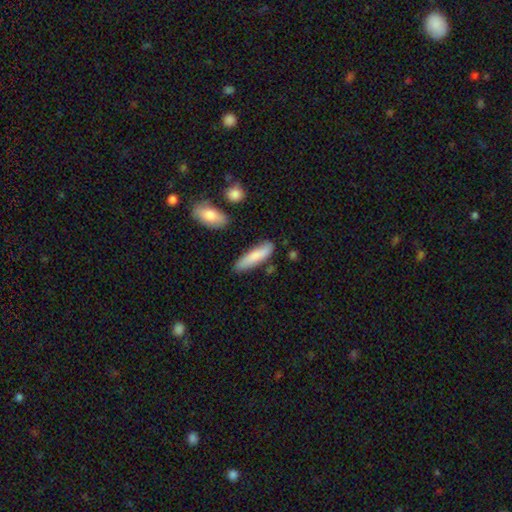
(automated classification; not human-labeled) Overall: smooth (82%). How rounded: cigar-shaped (70%). Merging: none (77%).